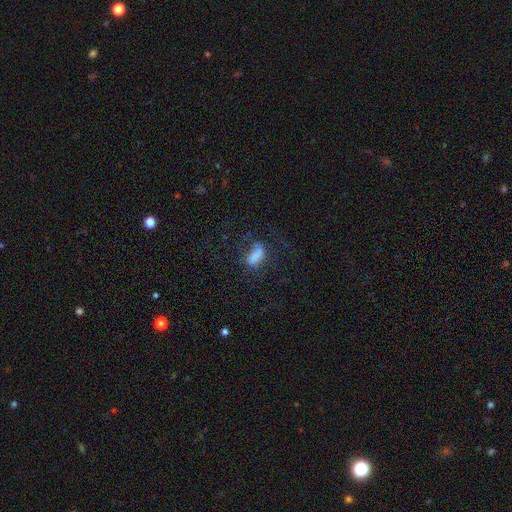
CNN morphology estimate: A smooth galaxy with no disk features (62%) that is in between round and cigar-shaped (80%).

Vote fractions:
- Smooth or featured? smooth: 62% / featured or disk: 23% / star or artifact: 15%
- How rounded? in between: 80% / cigar-shaped: 13% / round: 7%
- Merging? none: 39% / major disturbance: 34% / minor disturbance: 22% / merger: 5%